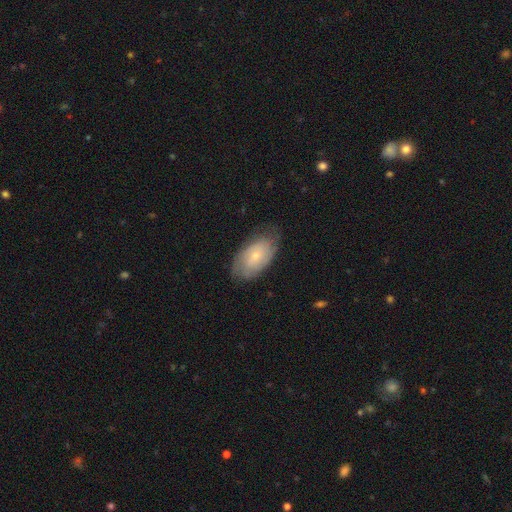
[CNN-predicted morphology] Smooth or featured?
  - smooth: 49% *
  - featured or disk: 44%
  - star or artifact: 6%
Merging?
  - none: 70% *
  - minor disturbance: 23%
  - major disturbance: 6%
  - merger: 1%